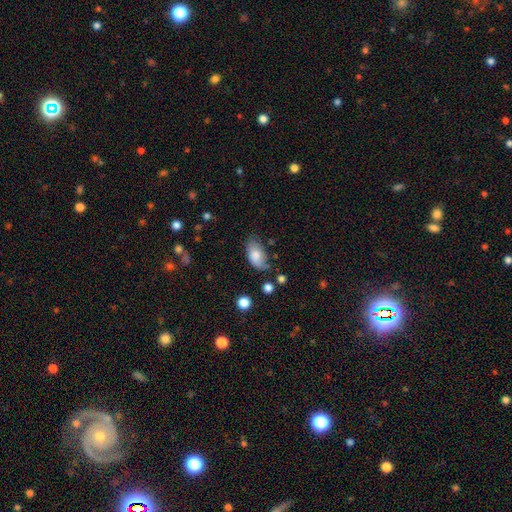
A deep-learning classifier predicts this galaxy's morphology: smooth_or_featured: smooth (p=0.80) [alt: featured or disk p=0.13]
how_rounded: in between (p=0.93) [alt: round p=0.04]
merging: none (p=0.57) [alt: minor disturbance p=0.30]